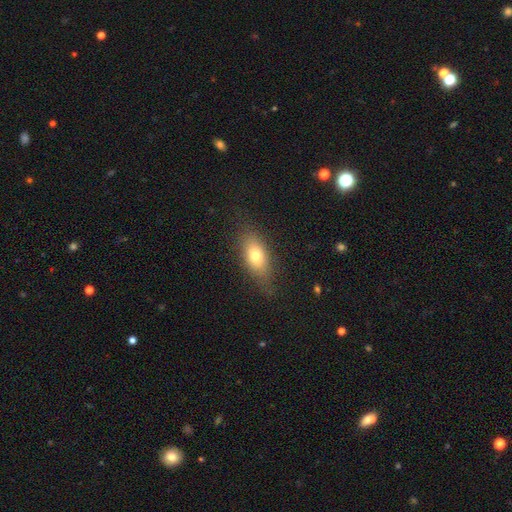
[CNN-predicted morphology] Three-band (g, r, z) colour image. It shows a smooth galaxy with no disk features (72%) that is in between round and cigar-shaped (82%). Merging: none (76%).